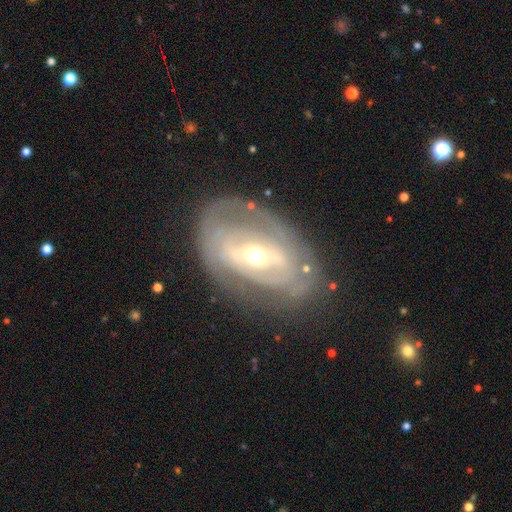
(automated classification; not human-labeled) Smooth or featured?
  - featured or disk: 80% *
  - smooth: 14%
  - star or artifact: 6%
Edge-on disk?
  - no: 94% *
  - yes: 6%
Bar?
  - strong: 39% *
  - weak: 36%
  - no: 25%
Spiral arms?
  - yes: 68% *
  - no: 32%
Spiral winding?
  - tight: 58% *
  - medium: 29%
  - loose: 13%
Spiral arm count?
  - 2: 47% *
  - can't tell: 35%
  - 1: 6%
  - 3: 6%
  - 4: 3%
  - more than 4: 2%
Bulge size?
  - moderate: 60% *
  - small: 33%
  - large: 5%
  - dominant: 1%
  - none: 1%
Merging?
  - none: 69% *
  - minor disturbance: 19%
  - major disturbance: 10%
  - merger: 2%